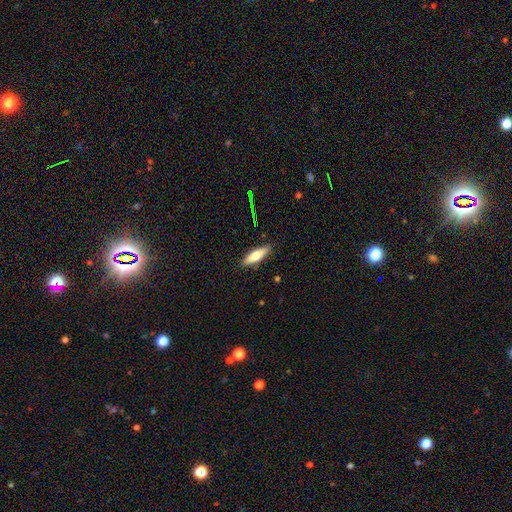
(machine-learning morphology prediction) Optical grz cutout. It shows a smooth galaxy with no disk features (61%) that is cigar-shaped (62%). Merging: none (87%).